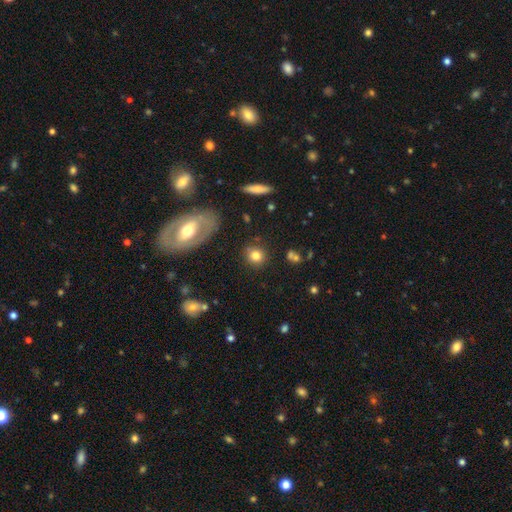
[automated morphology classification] Smooth or featured?
  - smooth: 80% *
  - star or artifact: 11%
  - featured or disk: 10%
How rounded?
  - round: 84% *
  - in between: 15%
  - cigar-shaped: 2%
Merging?
  - none: 83% *
  - minor disturbance: 9%
  - major disturbance: 4%
  - merger: 4%